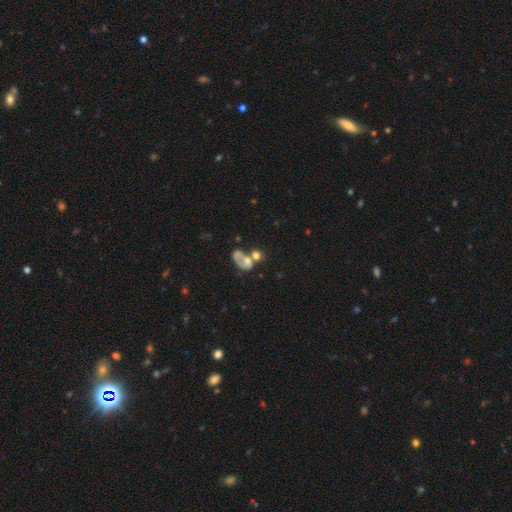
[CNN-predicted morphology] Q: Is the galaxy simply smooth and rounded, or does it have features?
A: smooth — 55%.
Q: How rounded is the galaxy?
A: in between — 58%.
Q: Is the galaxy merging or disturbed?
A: merger — 54%.